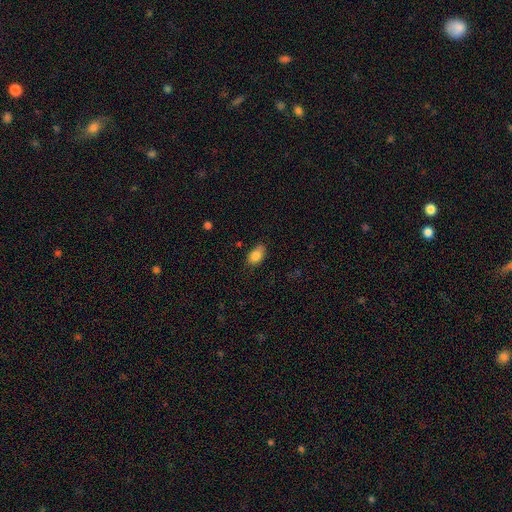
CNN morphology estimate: Smooth or featured? smooth (85%)
How rounded? in between (88%)
Merging? none (72%)